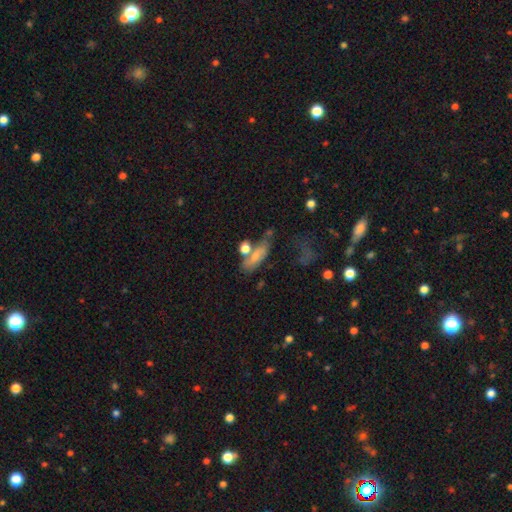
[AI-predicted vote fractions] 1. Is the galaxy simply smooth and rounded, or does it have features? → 63% smooth, 28% featured or disk, 9% star or artifact.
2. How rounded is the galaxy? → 72% in between, 20% cigar-shaped, 8% round.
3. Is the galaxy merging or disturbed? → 39% none, 30% merger, 18% minor disturbance, 12% major disturbance.